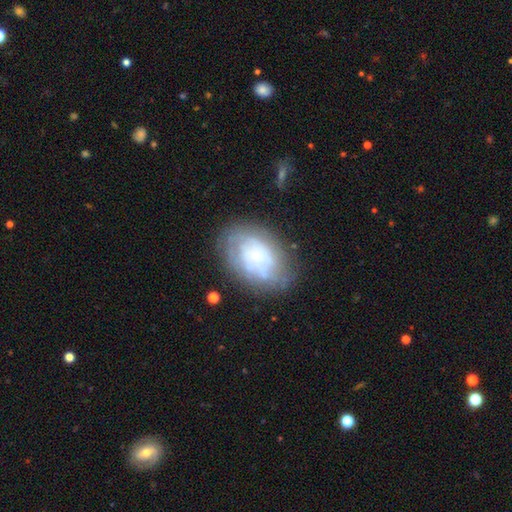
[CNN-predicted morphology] smooth-or-featured: featured or disk: 55% | smooth: 35% | star or artifact: 10%
  disk-edge-on: no: 97% | yes: 3%
    bar: no: 80% | weak: 15% | strong: 4%
    has-spiral-arms: yes: 60% | no: 40%
    bulge-size: none: 40% | small: 22% | large: 19% | moderate: 12% | dominant: 7%
  merging: none: 64% | minor disturbance: 21% | major disturbance: 11% | merger: 4%